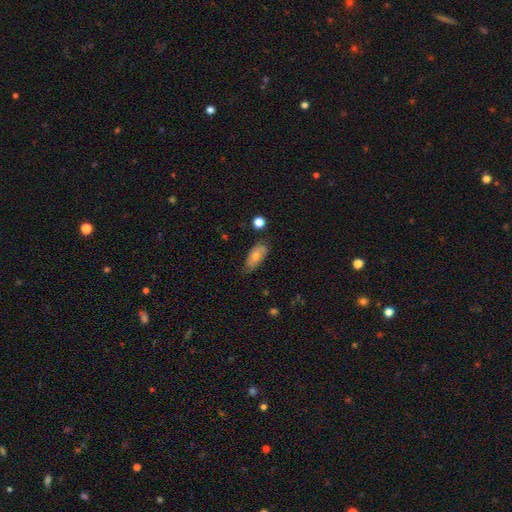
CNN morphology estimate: Smooth or featured? smooth (64%)
How rounded? in between (84%)
Merging? none (69%)